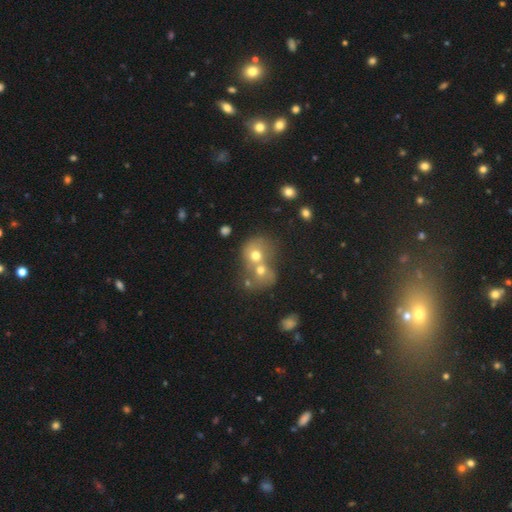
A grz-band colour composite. It shows a smooth galaxy with no disk features (56%) that is round (73%). Merging: merger (78%).